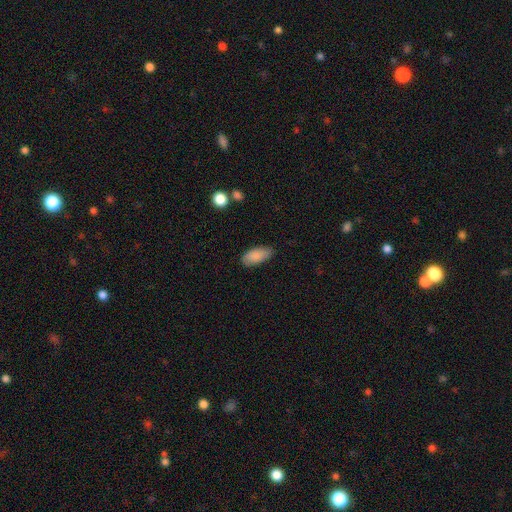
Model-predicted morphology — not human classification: This is clearly a smooth galaxy (87%). How rounded: clearly in between (90%). Merging: likely none (78%).